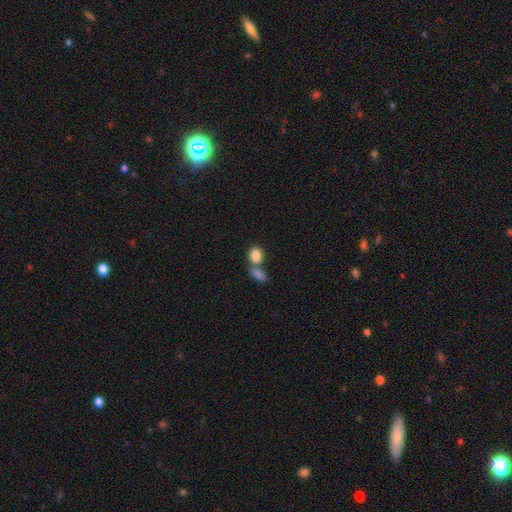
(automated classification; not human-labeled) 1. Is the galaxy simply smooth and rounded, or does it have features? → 86% smooth, 8% star or artifact, 6% featured or disk.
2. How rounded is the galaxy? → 78% in between, 20% round, 2% cigar-shaped.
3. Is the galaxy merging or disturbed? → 51% merger, 37% none, 9% minor disturbance, 4% major disturbance.